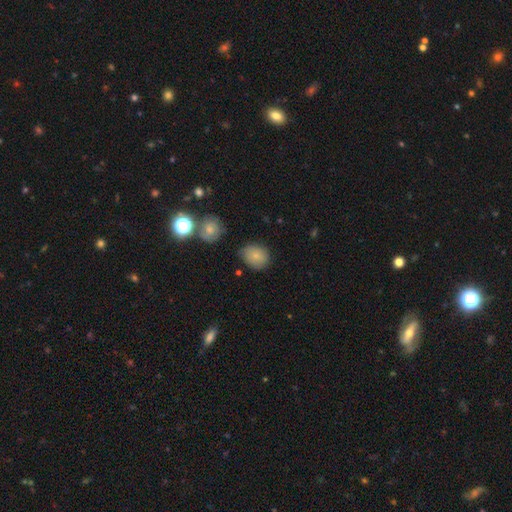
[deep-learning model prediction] Smooth or featured? Predicted: smooth (p=0.80). How rounded? Predicted: round (p=0.58). Merging? Predicted: none (p=0.71).